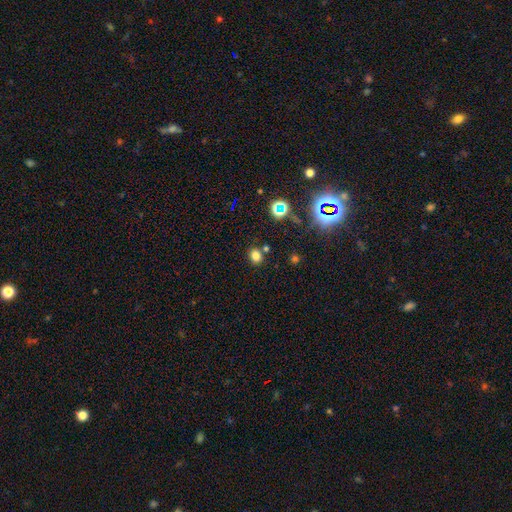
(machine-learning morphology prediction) Overall: smooth (74%). How rounded: round (66%; in between 33%). Merging: none (78%).